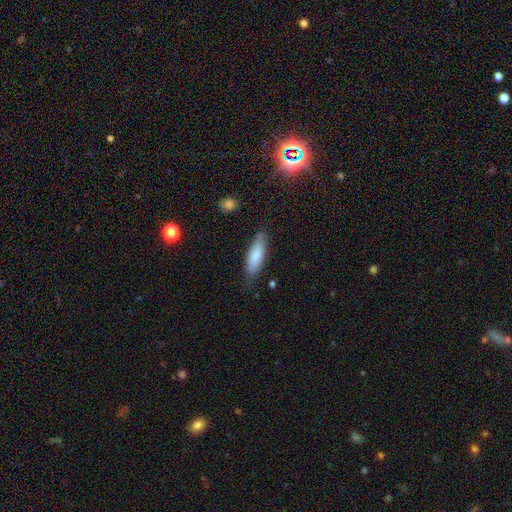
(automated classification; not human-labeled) A smooth galaxy with no disk features (82%) that is in between round and cigar-shaped (56%).

Vote fractions:
- Smooth or featured? smooth: 82% / featured or disk: 13% / star or artifact: 6%
- How rounded? in between: 56% / cigar-shaped: 42% / round: 2%
- Merging? none: 74% / minor disturbance: 20% / major disturbance: 4% / merger: 2%